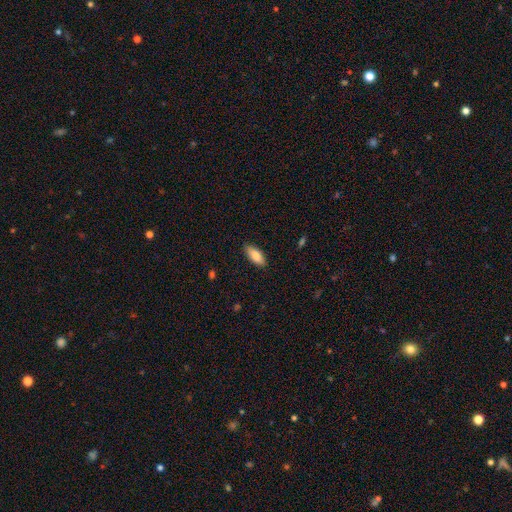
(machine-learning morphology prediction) Smooth or featured? smooth (84%)
How rounded? in between (83%)
Merging? none (87%)